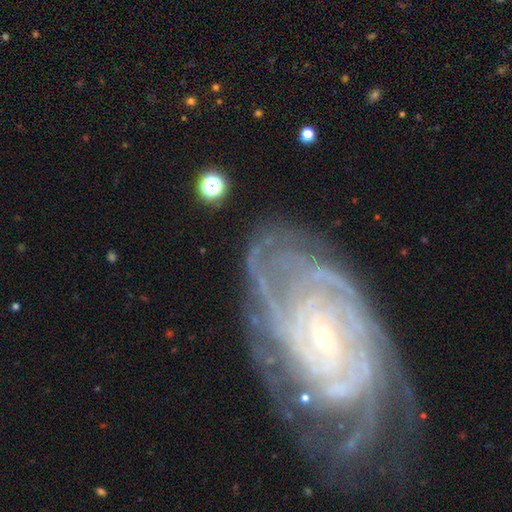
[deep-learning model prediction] featured or disk 82%, star or artifact 9%, smooth 9%. Down the decision tree: edge-on disk — no (96%); bar — no (55%); spiral arms — yes (94%); spiral arm count — can't tell (29%); spiral winding — tight (76%); bulge size — small (85%); merging — none (67%).